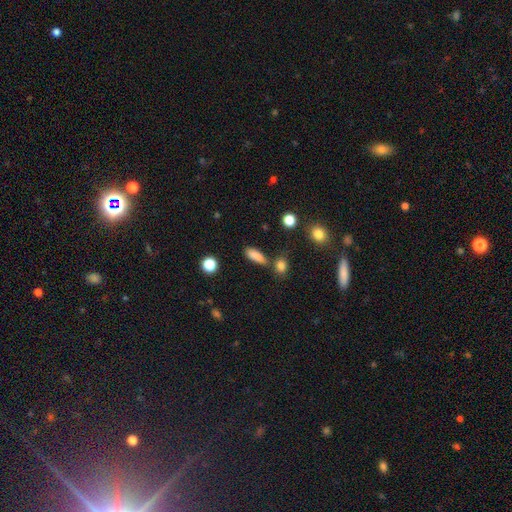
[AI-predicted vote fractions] The model was most divided on "how rounded": in between: 63%, cigar-shaped: 32%, round: 5%. More confident: smooth or featured — smooth (85%); merging — none (72%).